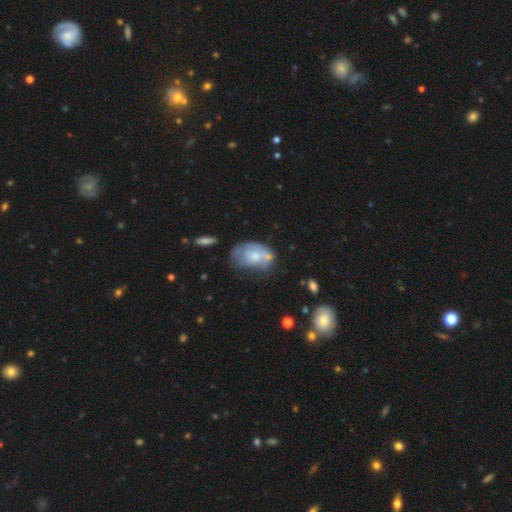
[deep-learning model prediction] smooth 49%, featured or disk 43%, star or artifact 8%. Down the decision tree: merging — none (33%).